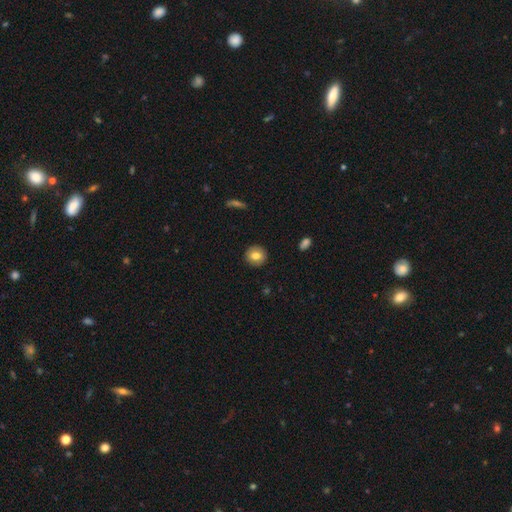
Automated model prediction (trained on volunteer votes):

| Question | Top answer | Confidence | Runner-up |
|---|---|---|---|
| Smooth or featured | smooth | 78% | featured or disk (14%) |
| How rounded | round | 89% | in between (10%) |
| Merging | none | 91% | minor disturbance (7%) |